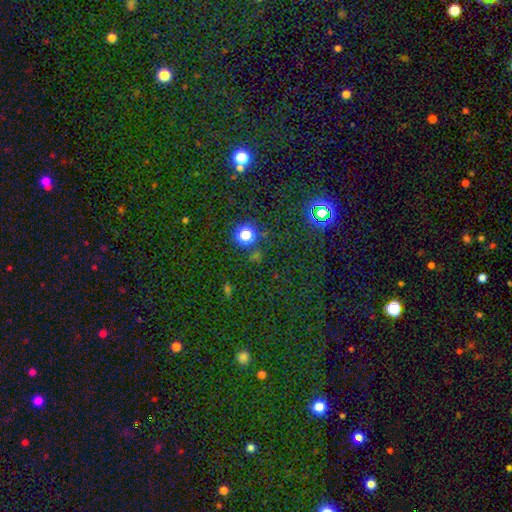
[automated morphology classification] Smooth or featured: smooth — 51% (star or artifact — 43%)
How rounded: round — 89% (in between — 9%)
Merging: none — 81% (minor disturbance — 8%)